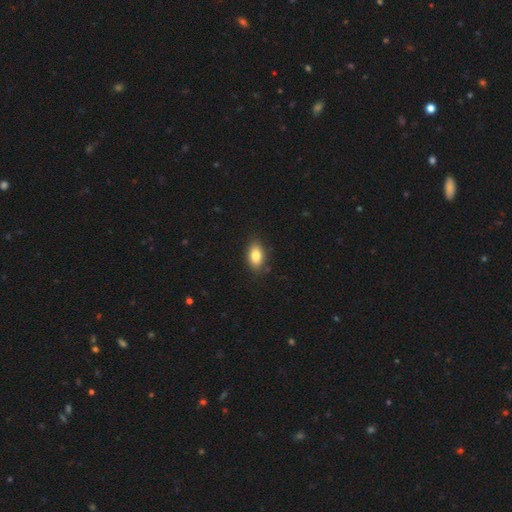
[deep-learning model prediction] Smooth or featured? Predicted: smooth (p=0.83). How rounded? Predicted: in between (p=0.89). Merging? Predicted: none (p=0.85).